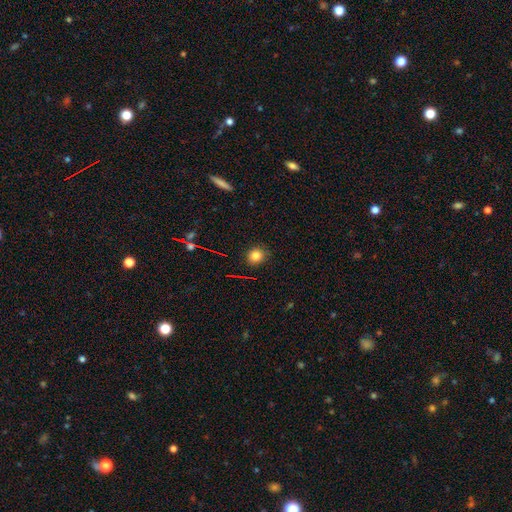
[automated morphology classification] Smooth or featured? smooth (80%)
How rounded? round (83%)
Merging? none (88%)